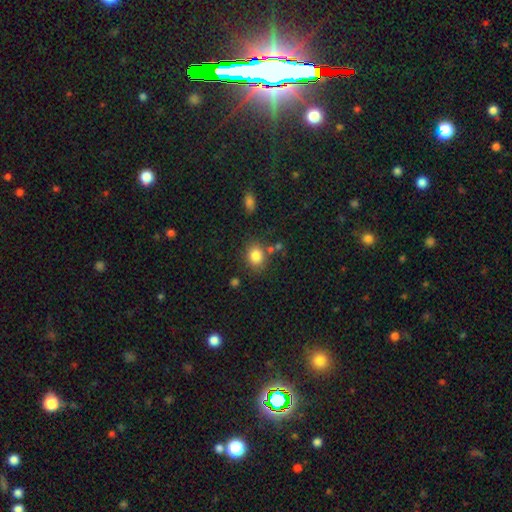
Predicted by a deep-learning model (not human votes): Overall: smooth (84%). How rounded: round (53%; in between 46%). Merging: none (76%).